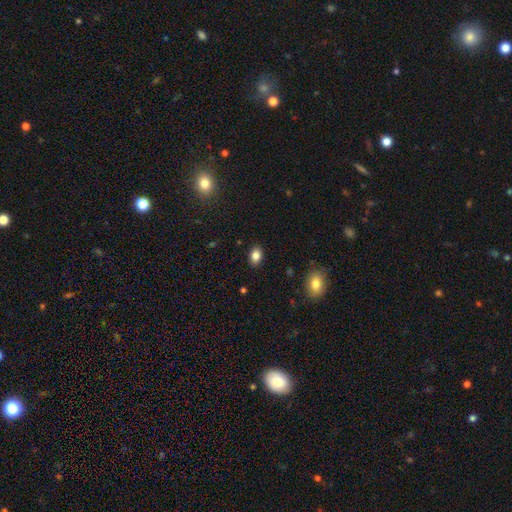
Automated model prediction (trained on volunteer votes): smooth-or-featured: smooth: 83% | star or artifact: 10% | featured or disk: 7%
  how-rounded: in between: 79% | round: 19% | cigar-shaped: 1%
  merging: none: 88% | minor disturbance: 8% | major disturbance: 2% | merger: 1%